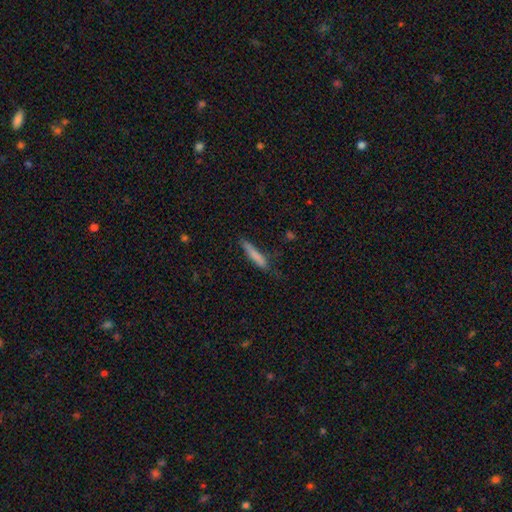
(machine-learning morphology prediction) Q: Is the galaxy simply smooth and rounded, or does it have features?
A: smooth — 76%.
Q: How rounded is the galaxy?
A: cigar-shaped — 92%.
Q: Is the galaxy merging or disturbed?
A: none — 71%.